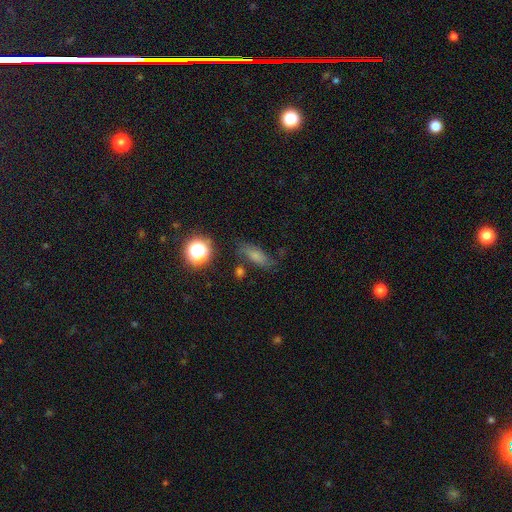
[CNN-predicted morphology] type=smooth (59%); roundness=in between (61%); merging=none (66%).